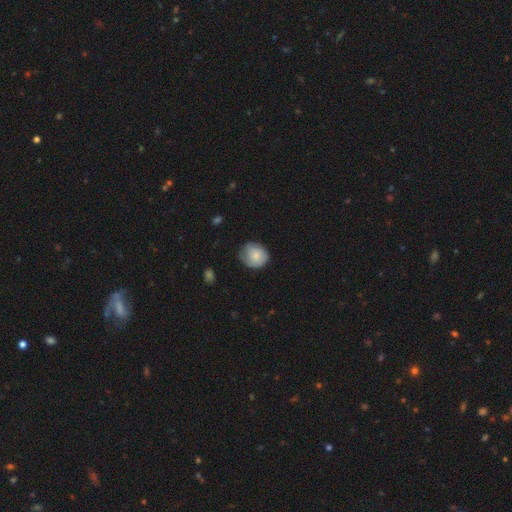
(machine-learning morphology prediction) Smooth or featured?
  - smooth: 77% *
  - featured or disk: 17%
  - star or artifact: 7%
How rounded?
  - round: 76% *
  - in between: 23%
  - cigar-shaped: 1%
Merging?
  - none: 64% *
  - minor disturbance: 29%
  - major disturbance: 7%
  - merger: 1%